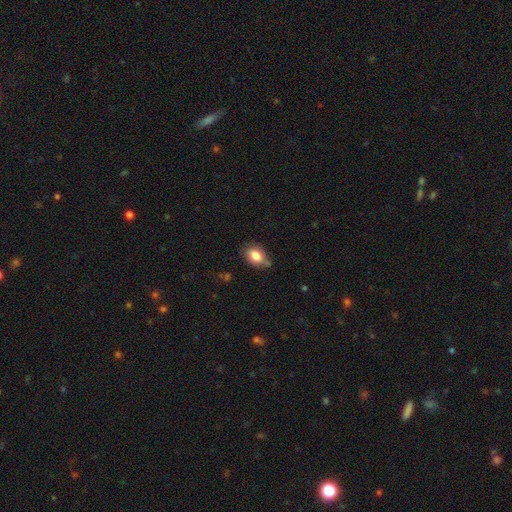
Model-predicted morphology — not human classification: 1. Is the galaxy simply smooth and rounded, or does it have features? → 83% smooth, 9% featured or disk, 8% star or artifact.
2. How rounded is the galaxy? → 80% in between, 19% round, 1% cigar-shaped.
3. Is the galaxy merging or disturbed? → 69% none, 23% minor disturbance, 4% merger, 4% major disturbance.